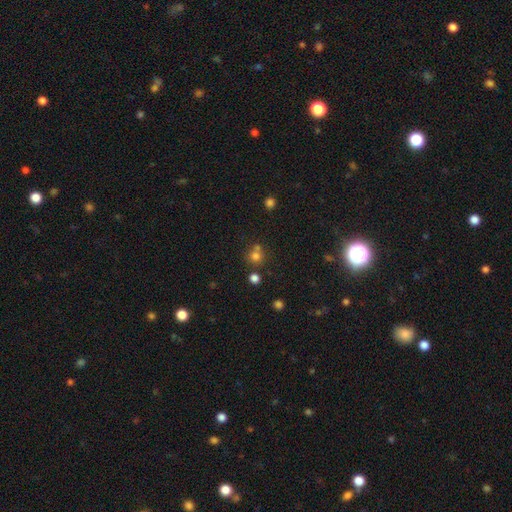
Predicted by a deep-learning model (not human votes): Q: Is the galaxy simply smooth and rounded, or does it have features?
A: smooth — 74%.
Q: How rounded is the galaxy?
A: round — 90%.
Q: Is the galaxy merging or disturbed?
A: none — 62%.